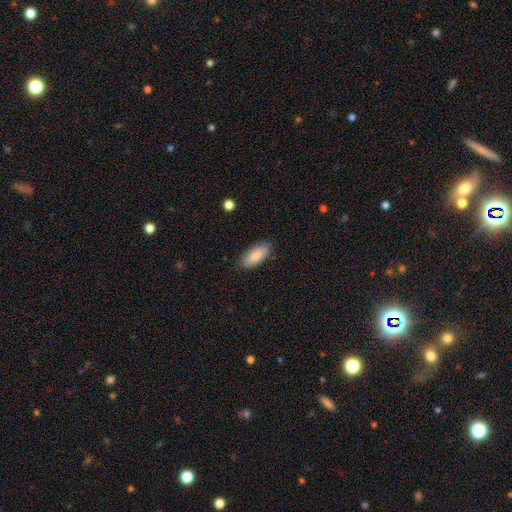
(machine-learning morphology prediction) This is clearly a smooth galaxy (88%). How rounded: clearly in between (84%). Merging: clearly none (87%).